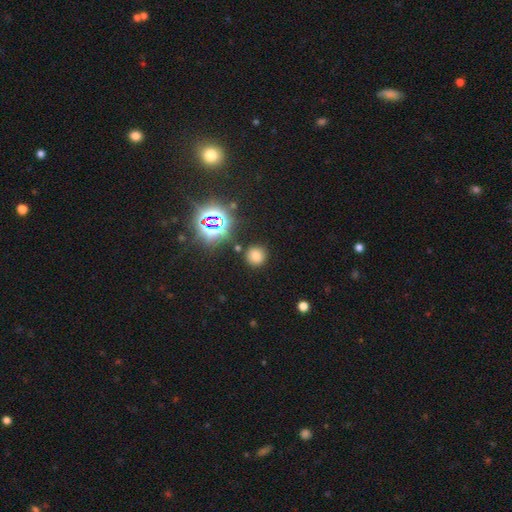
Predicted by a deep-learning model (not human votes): smooth 70%, star or artifact 22%, featured or disk 7%. Down the decision tree: how rounded — round (92%); merging — none (87%).